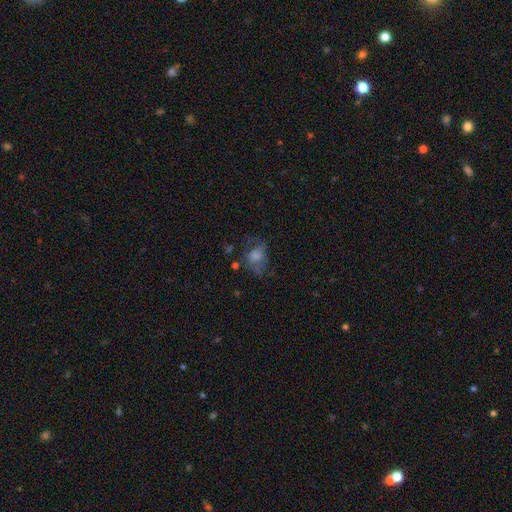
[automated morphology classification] This appears to be a smooth galaxy with no disk features (56%) that is in between round and cigar-shaped (60%). Merging: none (39%).